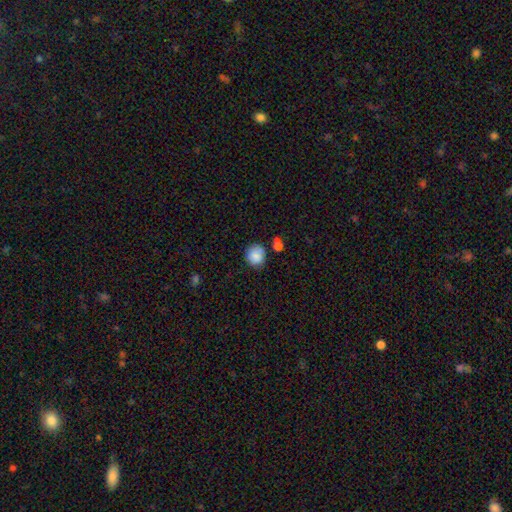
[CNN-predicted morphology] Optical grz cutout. It shows a smooth galaxy with no disk features (85%) that is round (83%). Merging: none (68%).